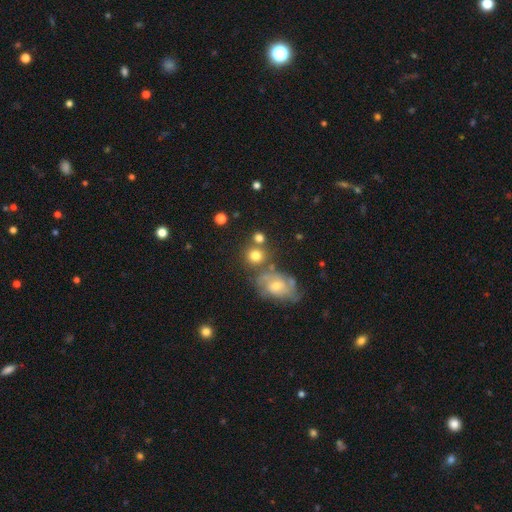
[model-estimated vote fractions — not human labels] Overall: smooth (73%). How rounded: round (85%). Merging: none (62%).